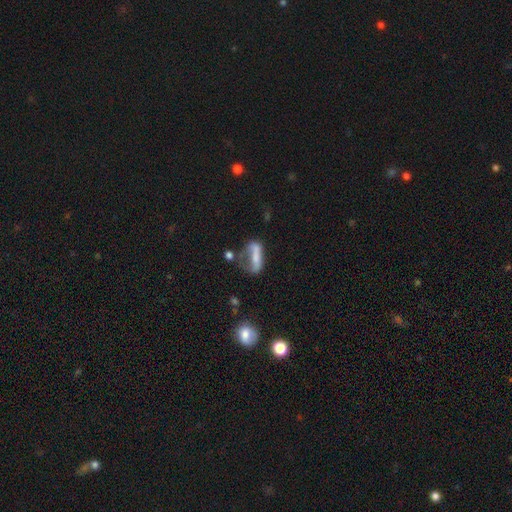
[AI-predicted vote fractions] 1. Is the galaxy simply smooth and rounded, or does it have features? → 54% smooth, 35% featured or disk, 11% star or artifact.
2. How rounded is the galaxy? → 58% in between, 36% cigar-shaped, 5% round.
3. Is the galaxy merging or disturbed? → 42% major disturbance, 24% none, 20% minor disturbance, 14% merger.